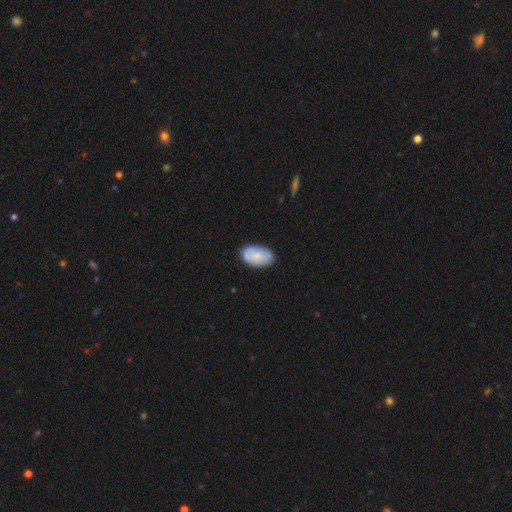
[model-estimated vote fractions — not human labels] Smooth or featured? Predicted: smooth (p=0.60). How rounded? Predicted: in between (p=0.92). Merging? Predicted: none (p=0.75).